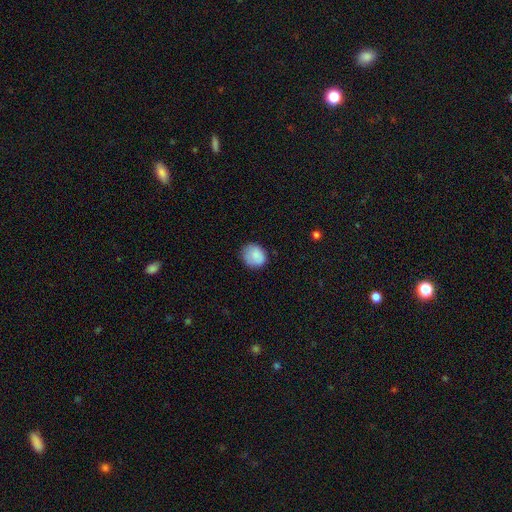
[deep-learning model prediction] smooth_or_featured: smooth (p=0.85) [alt: star or artifact p=0.08]
how_rounded: round (p=0.68) [alt: in between p=0.31]
merging: none (p=0.75) [alt: minor disturbance p=0.19]